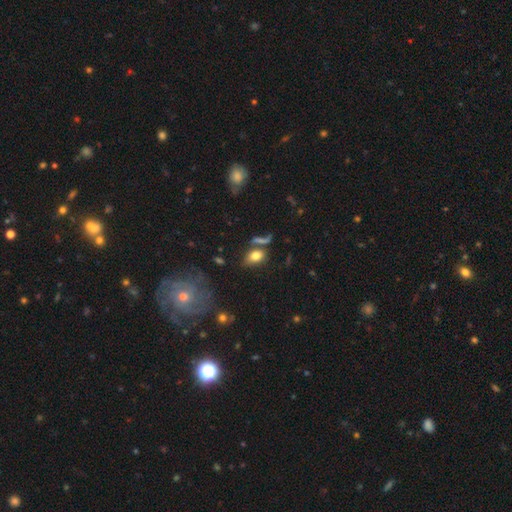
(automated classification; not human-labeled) This is likely a smooth galaxy (77%). How rounded: clearly in between (83%). Merging: possibly none (60%).